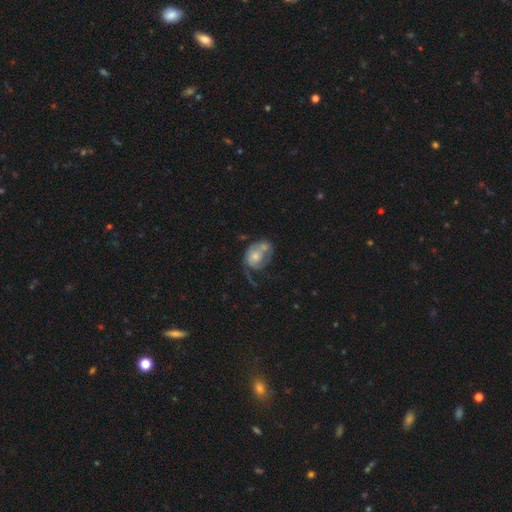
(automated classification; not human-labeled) This appears to be a featured or disk galaxy (55%) with no bar (81%), spiral arms (65%) and a moderate central bulge (45%). Merging: merger (29%).